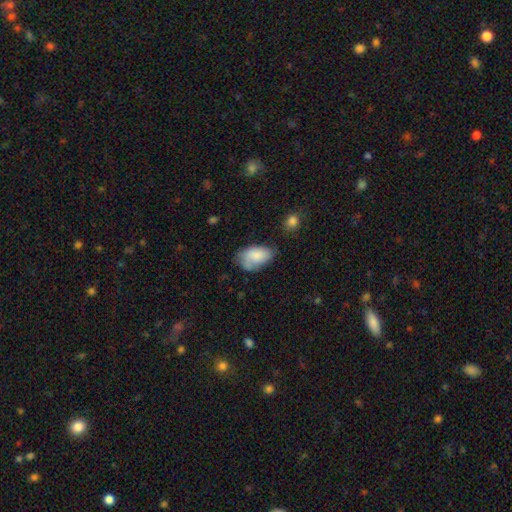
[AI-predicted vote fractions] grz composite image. It shows a smooth galaxy with no disk features (79%) that is in between round and cigar-shaped (91%). Merging: none (47%).